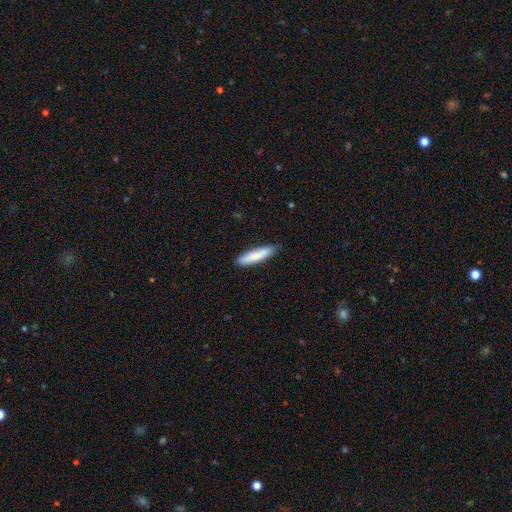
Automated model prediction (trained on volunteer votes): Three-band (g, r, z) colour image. It shows a smooth galaxy with no disk features (83%) that is cigar-shaped (80%). Merging: none (85%).